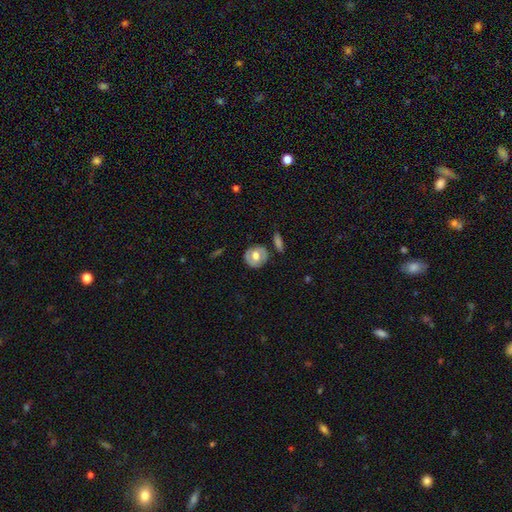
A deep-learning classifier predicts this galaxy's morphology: Q: Smooth or featured?
A: featured or disk (48%); runner-up: smooth (46%)
Q: Merging?
A: none (79%); runner-up: minor disturbance (14%)